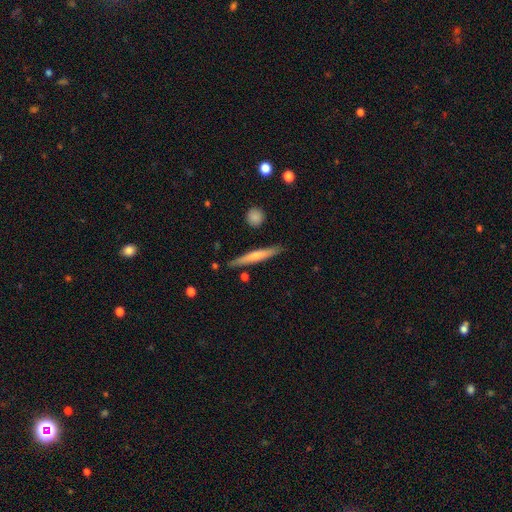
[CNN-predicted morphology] A smooth galaxy with no disk features (54%) that is cigar-shaped (94%).

Vote fractions:
- Smooth or featured? smooth: 54% / featured or disk: 41% / star or artifact: 6%
- How rounded? cigar-shaped: 94% / in between: 4% / round: 2%
- Merging? none: 86% / minor disturbance: 10% / merger: 3% / major disturbance: 2%